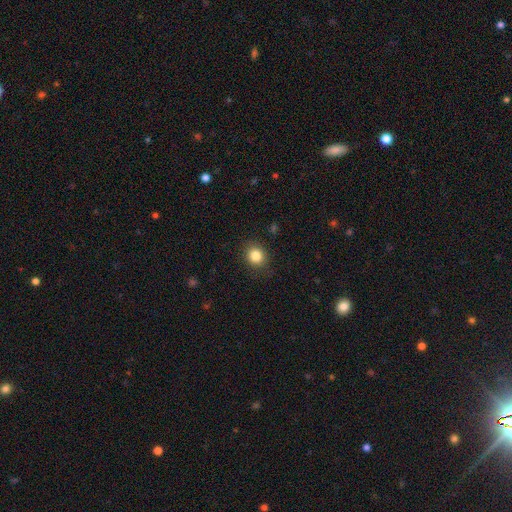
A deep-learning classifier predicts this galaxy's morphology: smooth_or_featured: smooth (p=0.84) [alt: star or artifact p=0.10]
how_rounded: round (p=0.79) [alt: in between p=0.20]
merging: none (p=0.88) [alt: minor disturbance p=0.09]